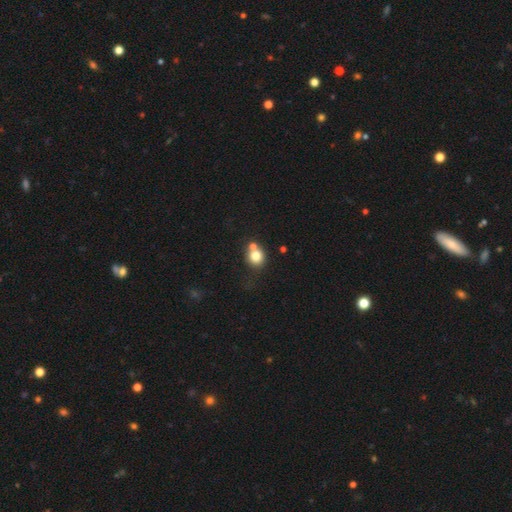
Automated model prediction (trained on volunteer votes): smooth-or-featured: smooth: 77% | star or artifact: 11% | featured or disk: 11%
  how-rounded: round: 84% | in between: 15% | cigar-shaped: 1%
  merging: none: 50% | merger: 35% | minor disturbance: 10% | major disturbance: 4%